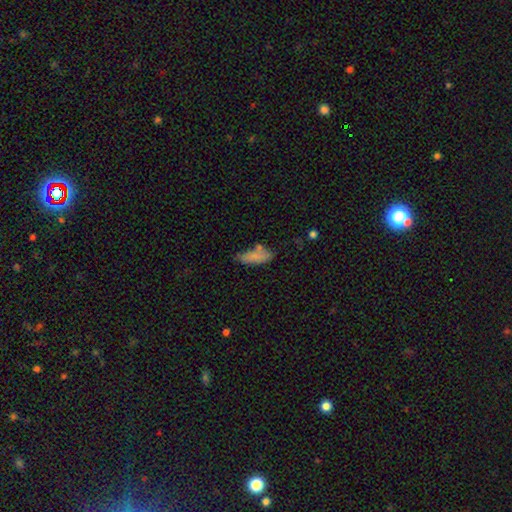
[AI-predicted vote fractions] Smooth or featured? Predicted: smooth (p=0.81). How rounded? Predicted: in between (p=0.74). Merging? Predicted: none (p=0.58).